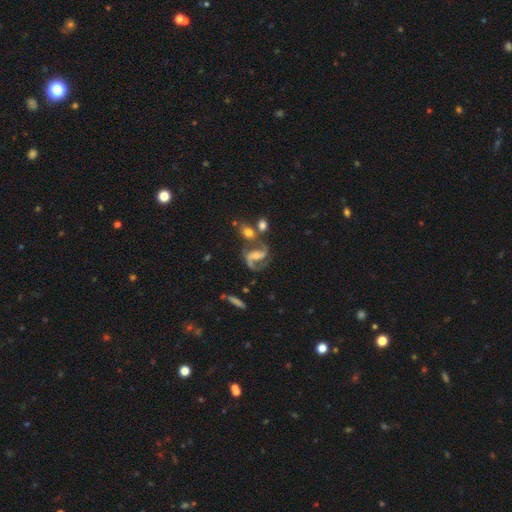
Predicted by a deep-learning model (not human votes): This appears to be a featured or disk galaxy (88%) with a weak bar (41%), 2 (91%) medium (56%) spiral arms (97%) and a moderate central bulge (43%). Merging: none (56%).